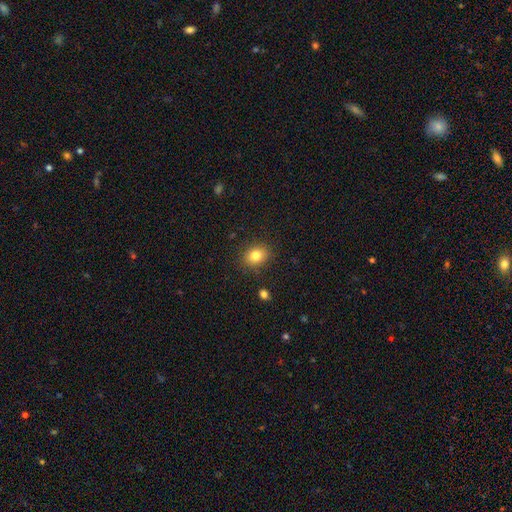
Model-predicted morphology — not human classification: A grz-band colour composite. It shows a smooth galaxy with no disk features (81%) that is round (50%). Merging: none (86%).